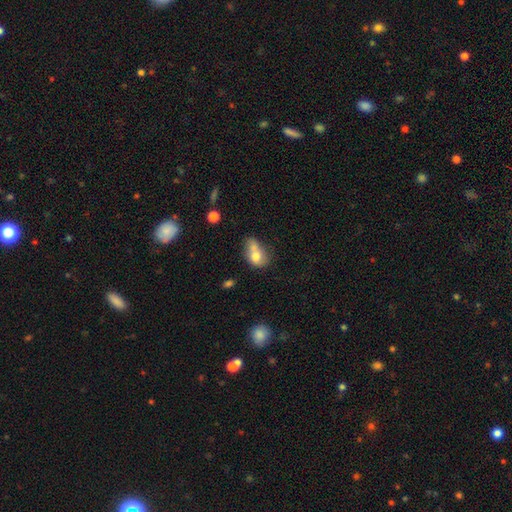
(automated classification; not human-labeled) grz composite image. It shows a smooth galaxy with no disk features (70%) that is in between round and cigar-shaped (68%). Merging: merger (50%).